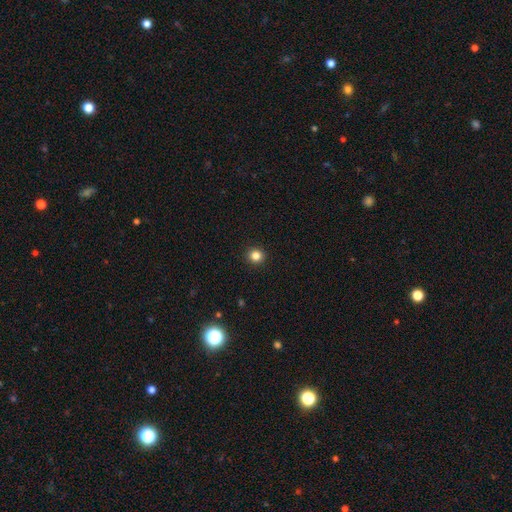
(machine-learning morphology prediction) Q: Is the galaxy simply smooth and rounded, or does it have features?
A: smooth — 83%.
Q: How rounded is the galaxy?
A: round — 93%.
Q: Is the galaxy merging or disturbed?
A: none — 93%.